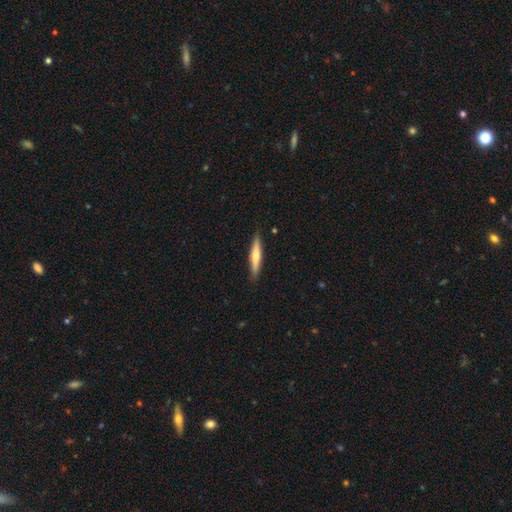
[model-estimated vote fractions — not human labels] smooth_or_featured: smooth (p=0.58) [alt: featured or disk p=0.37]
how_rounded: cigar-shaped (p=0.89) [alt: in between p=0.09]
merging: none (p=0.89) [alt: minor disturbance p=0.09]